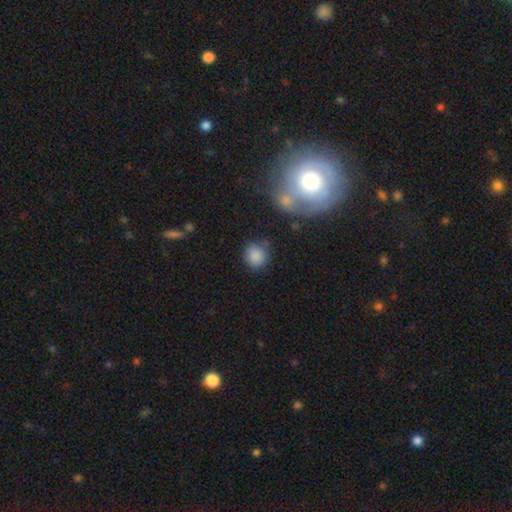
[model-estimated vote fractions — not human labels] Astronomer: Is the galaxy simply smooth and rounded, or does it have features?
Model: smooth — 84%.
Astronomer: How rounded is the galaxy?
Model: round — 87%.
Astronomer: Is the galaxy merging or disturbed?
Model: none — 75%.